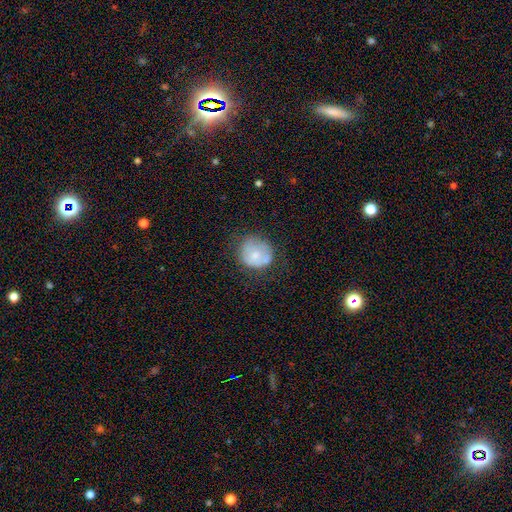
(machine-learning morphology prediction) type=smooth (62%); roundness=round (80%); merging=none (51%).